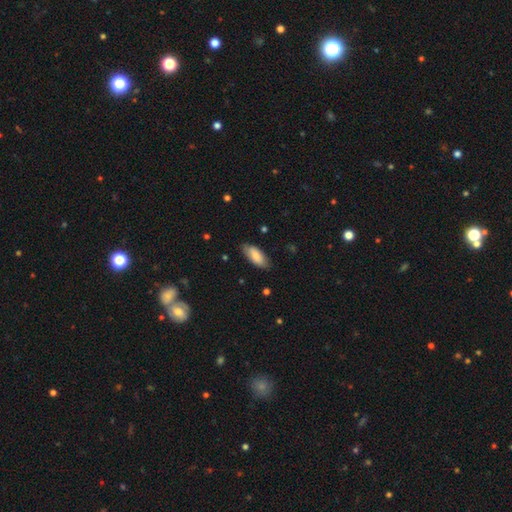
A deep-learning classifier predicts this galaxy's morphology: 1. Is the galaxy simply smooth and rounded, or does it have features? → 82% smooth, 12% featured or disk, 6% star or artifact.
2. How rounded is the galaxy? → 83% in between, 15% cigar-shaped, 2% round.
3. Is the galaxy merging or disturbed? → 79% none, 17% minor disturbance, 3% major disturbance, 1% merger.